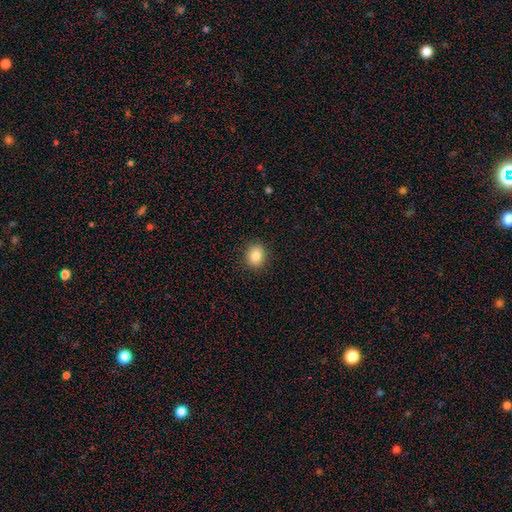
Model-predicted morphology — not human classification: type=smooth (84%); roundness=round (67%); merging=none (90%).